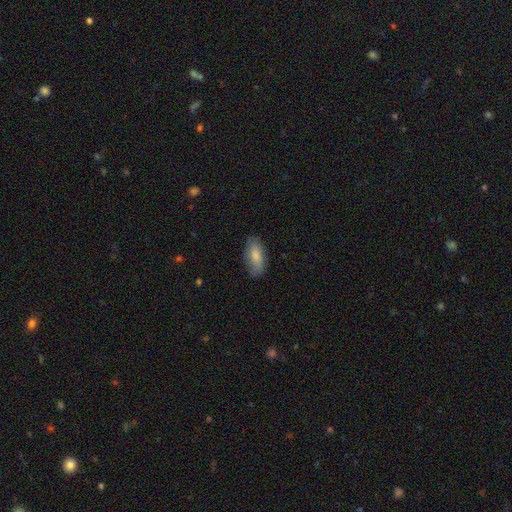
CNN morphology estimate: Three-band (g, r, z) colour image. It shows a smooth galaxy with no disk features (80%) that is in between round and cigar-shaped (86%). Merging: none (80%).